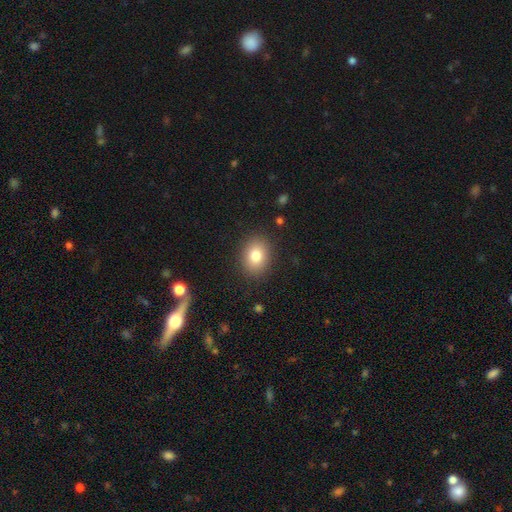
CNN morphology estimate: smooth-or-featured: smooth: 82% | star or artifact: 9% | featured or disk: 9%
  how-rounded: in between: 61% | round: 38% | cigar-shaped: 1%
  merging: none: 87% | minor disturbance: 9% | major disturbance: 3% | merger: 1%